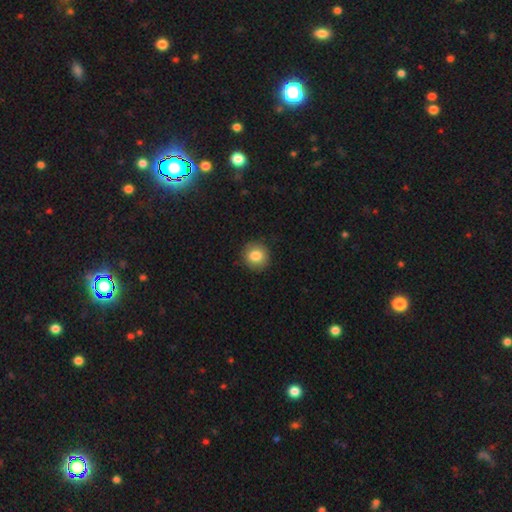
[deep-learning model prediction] Smooth or featured? smooth (83%)
How rounded? round (90%)
Merging? none (90%)